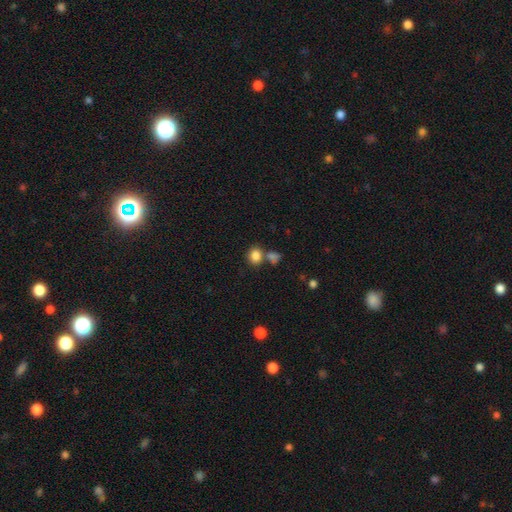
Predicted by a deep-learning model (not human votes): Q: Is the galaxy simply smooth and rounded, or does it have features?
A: smooth — 84%.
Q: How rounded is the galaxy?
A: round — 61%.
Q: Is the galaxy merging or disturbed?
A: none — 57%.